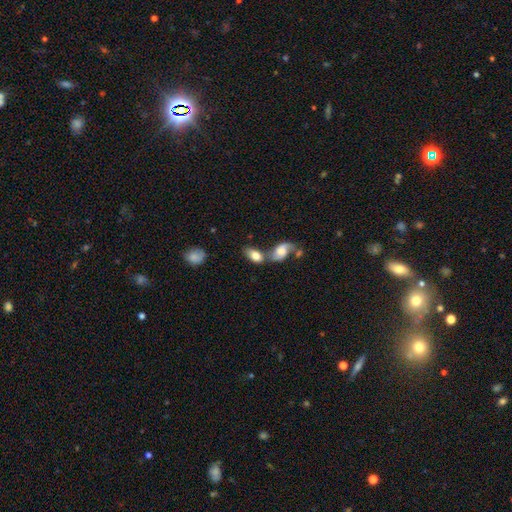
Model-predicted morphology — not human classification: A smooth galaxy with no disk features (72%) that is in between round and cigar-shaped (90%). Merging: merger (47%).